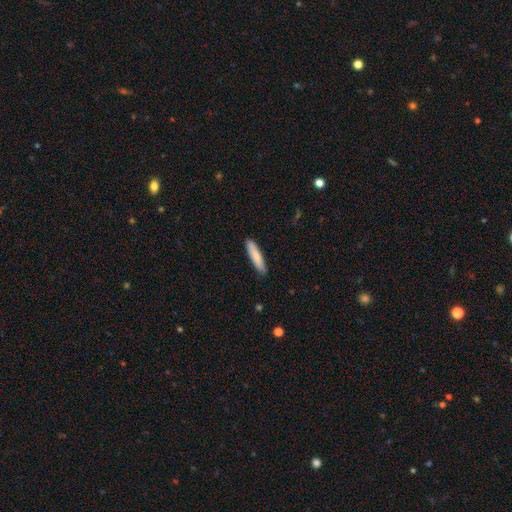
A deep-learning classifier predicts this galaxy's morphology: Overall: smooth (82%). How rounded: cigar-shaped (84%). Merging: none (89%).